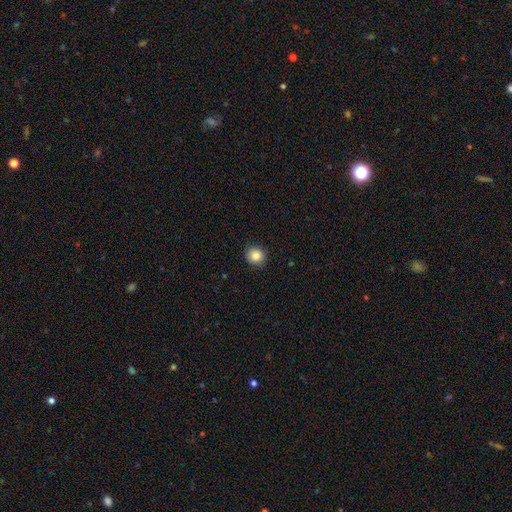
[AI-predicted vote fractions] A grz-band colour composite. It shows a smooth galaxy with no disk features (86%) that is round (88%). Merging: none (89%).